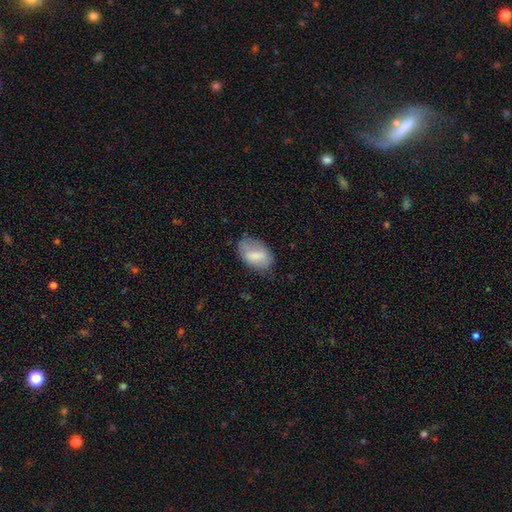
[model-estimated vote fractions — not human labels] A smooth galaxy with no disk features (72%) that is in between round and cigar-shaped (90%). Merging: none (57%).